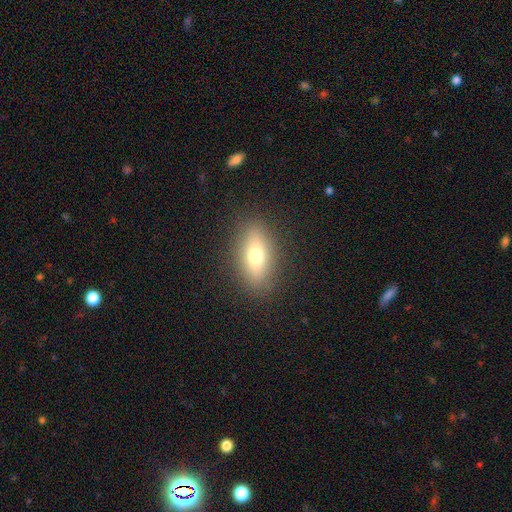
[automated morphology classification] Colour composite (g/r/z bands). It shows a smooth galaxy with no disk features (66%) that is in between round and cigar-shaped (74%). Merging: none (87%).